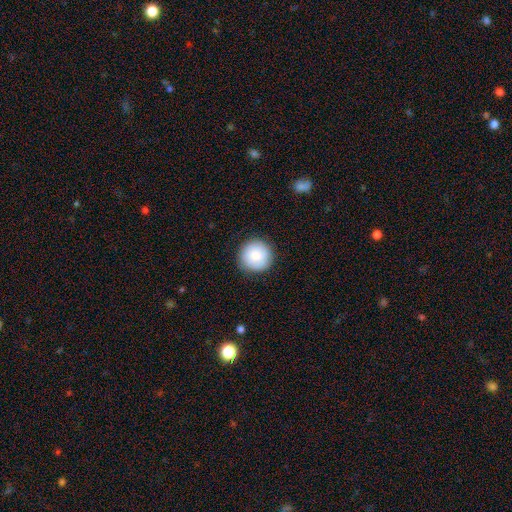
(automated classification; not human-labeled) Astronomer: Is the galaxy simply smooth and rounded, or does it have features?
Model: smooth — 82%.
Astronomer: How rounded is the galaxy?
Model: round — 95%.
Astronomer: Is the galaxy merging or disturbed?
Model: none — 88%.